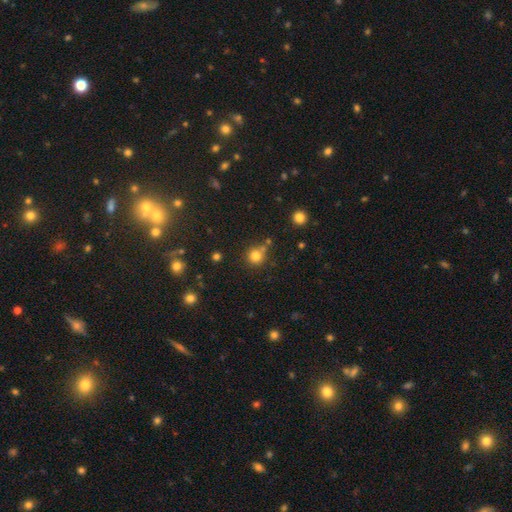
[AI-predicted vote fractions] This is likely a smooth galaxy (80%). How rounded: clearly round (91%). Merging: likely none (67%).